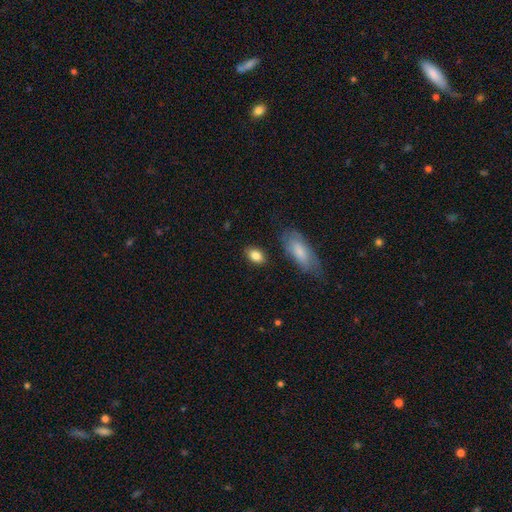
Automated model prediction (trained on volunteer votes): smooth 84%, featured or disk 8%, star or artifact 7%. Down the decision tree: how rounded — in between (85%); merging — none (84%).